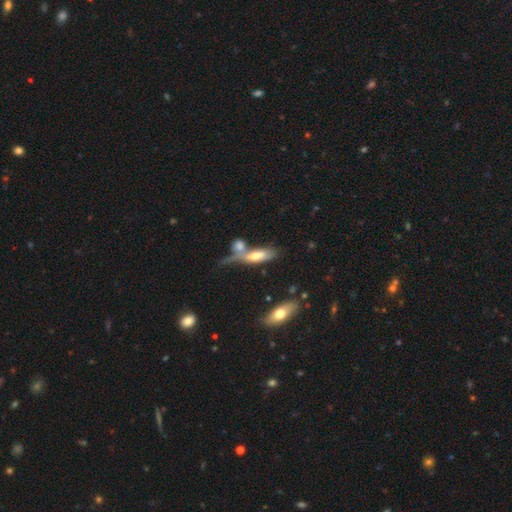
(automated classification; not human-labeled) Smooth or featured?
  - smooth: 60% *
  - featured or disk: 32%
  - star or artifact: 8%
How rounded?
  - in between: 57% *
  - cigar-shaped: 41%
  - round: 3%
Merging?
  - merger: 52% *
  - none: 26%
  - minor disturbance: 13%
  - major disturbance: 9%